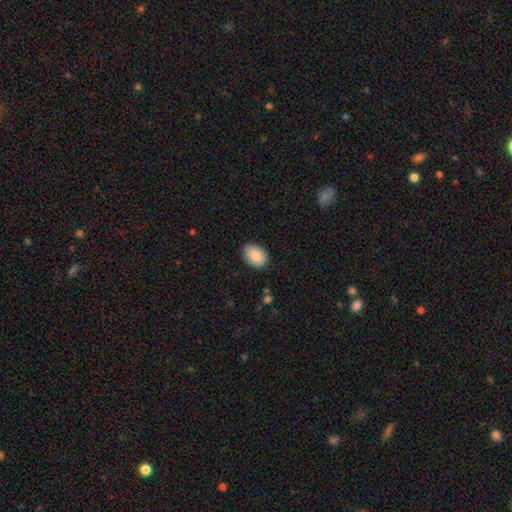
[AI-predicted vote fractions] Smooth or featured? Predicted: smooth (p=0.87). How rounded? Predicted: in between (p=0.80). Merging? Predicted: none (p=0.84).